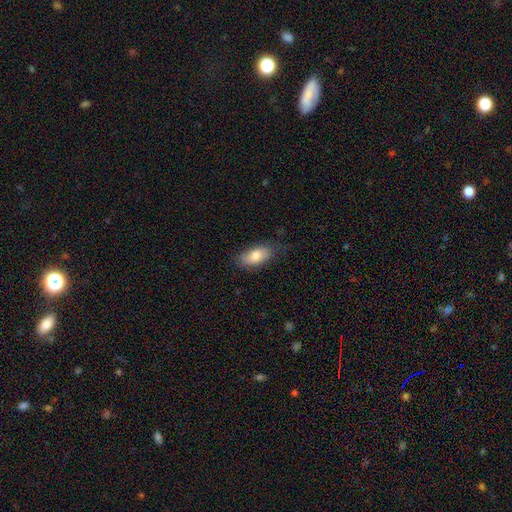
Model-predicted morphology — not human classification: The model was most divided on "merging": none: 71%, minor disturbance: 22%, major disturbance: 5%, merger: 1%. More confident: how rounded — in between (90%); smooth or featured — smooth (78%).